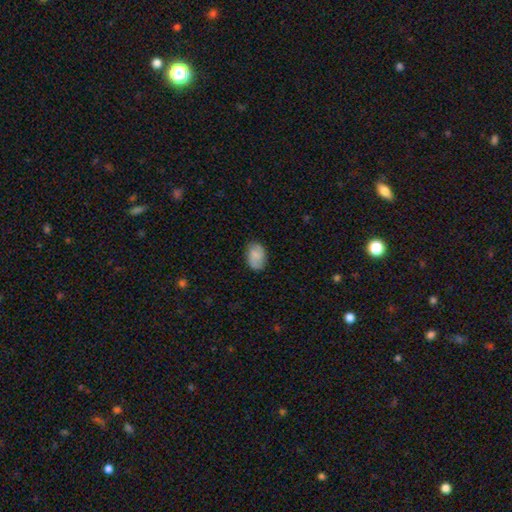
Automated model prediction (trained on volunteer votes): Q: Smooth or featured?
A: smooth (72%); runner-up: featured or disk (21%)
Q: How rounded?
A: in between (84%); runner-up: round (15%)
Q: Merging?
A: none (77%); runner-up: minor disturbance (18%)